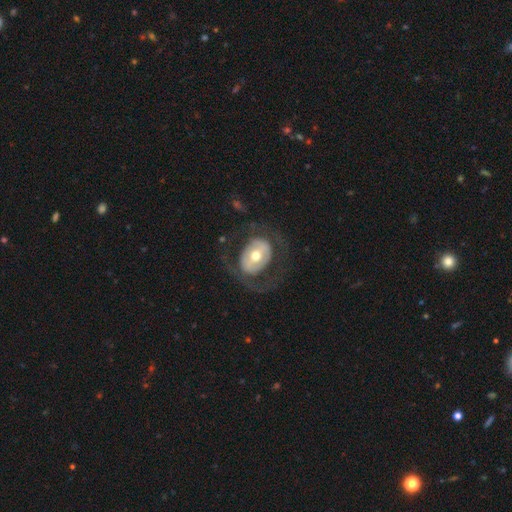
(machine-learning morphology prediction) Smooth or featured? Predicted: featured or disk (p=0.61). Edge-on disk? Predicted: no (p=0.95). Bar? Predicted: no (p=0.54). Spiral arms? Predicted: no (p=0.56). Bulge size? Predicted: moderate (p=0.72). Merging? Predicted: none (p=0.65).